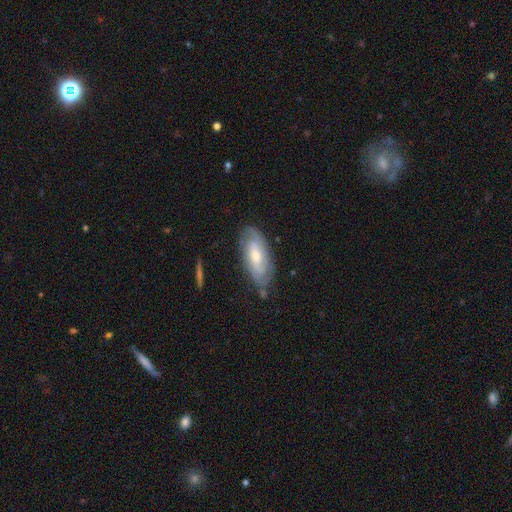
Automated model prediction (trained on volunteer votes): smooth-or-featured: featured or disk: 66% | smooth: 27% | star or artifact: 7%
  disk-edge-on: no: 88% | yes: 12%
    bar: no: 52% | weak: 38% | strong: 11%
    has-spiral-arms: yes: 84% | no: 16%
    bulge-size: moderate: 52% | small: 42% | large: 3% | none: 1% | dominant: 1%
  merging: none: 75% | minor disturbance: 18% | major disturbance: 5% | merger: 2%